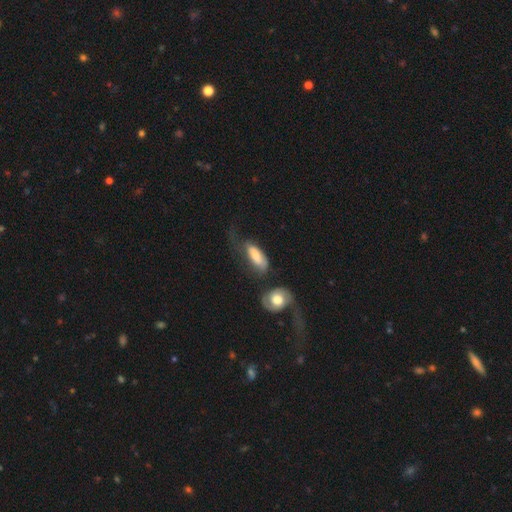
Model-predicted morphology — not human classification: Smooth or featured: smooth — 63% (featured or disk — 31%)
How rounded: in between — 77% (cigar-shaped — 20%)
Merging: major disturbance — 32% (none — 25%)